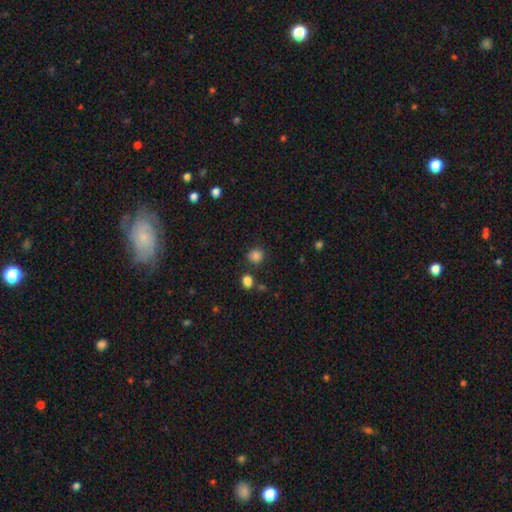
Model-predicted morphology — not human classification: smooth_or_featured: smooth (p=0.84) [alt: star or artifact p=0.12]
how_rounded: round (p=0.83) [alt: in between p=0.16]
merging: none (p=0.81) [alt: minor disturbance p=0.09]